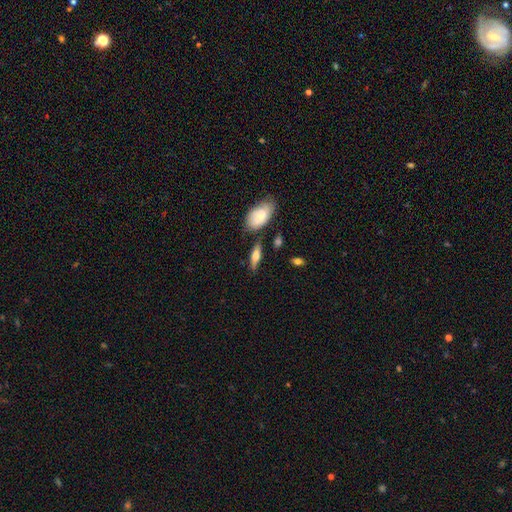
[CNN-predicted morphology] This appears to be a smooth galaxy with no disk features (55%) that is in between round and cigar-shaped (54%). Merging: none (74%).